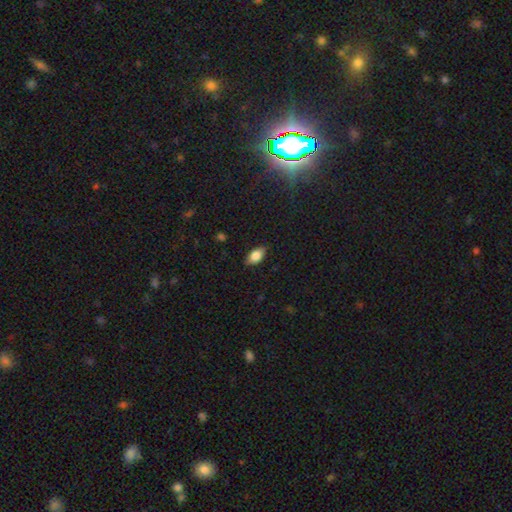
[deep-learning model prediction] Overall: smooth (82%). How rounded: in between (91%). Merging: none (84%).